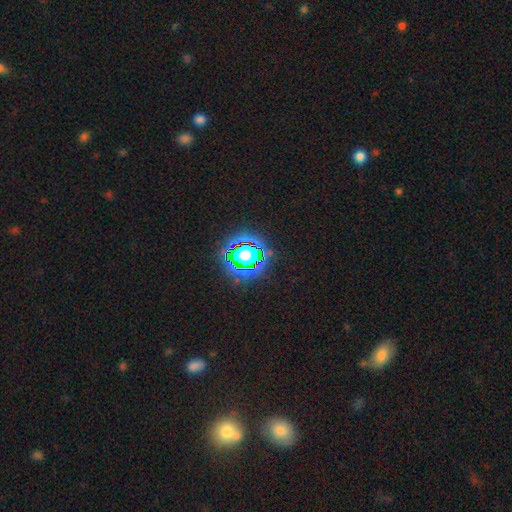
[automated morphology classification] This is likely a star or artifact rather than a galaxy (80%).